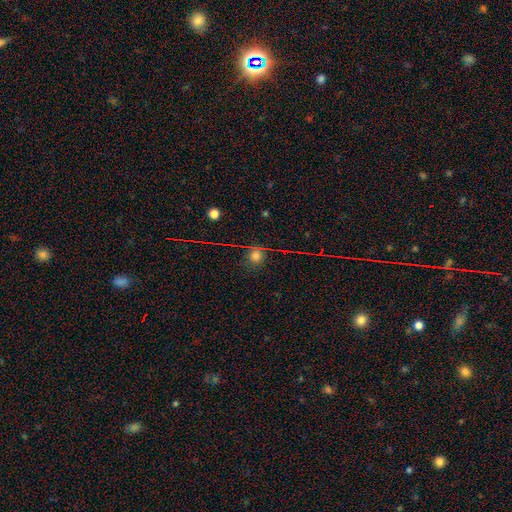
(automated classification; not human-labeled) Smooth or featured? smooth (64%)
How rounded? round (90%)
Merging? none (82%)